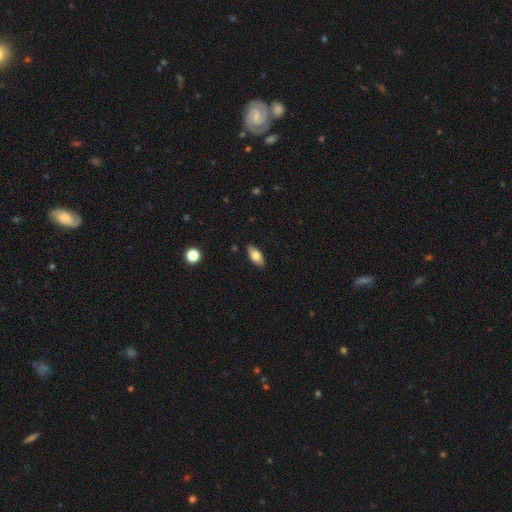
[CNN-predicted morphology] Q: Smooth or featured?
A: smooth (73%); runner-up: featured or disk (20%)
Q: How rounded?
A: in between (86%); runner-up: cigar-shaped (11%)
Q: Merging?
A: none (86%); runner-up: minor disturbance (10%)